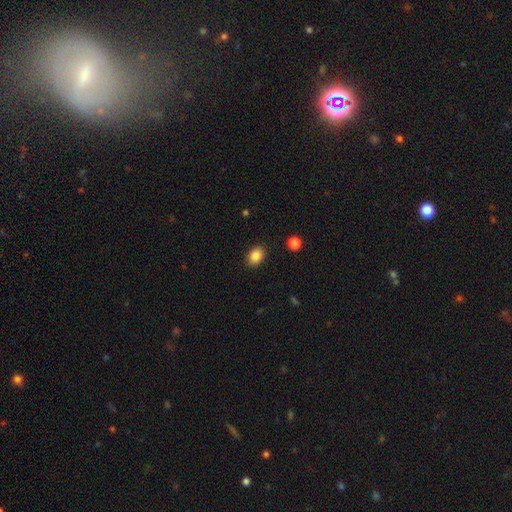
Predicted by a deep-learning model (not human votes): Morphology: type=smooth (87%); roundness=in between (70%); merging=none (88%).